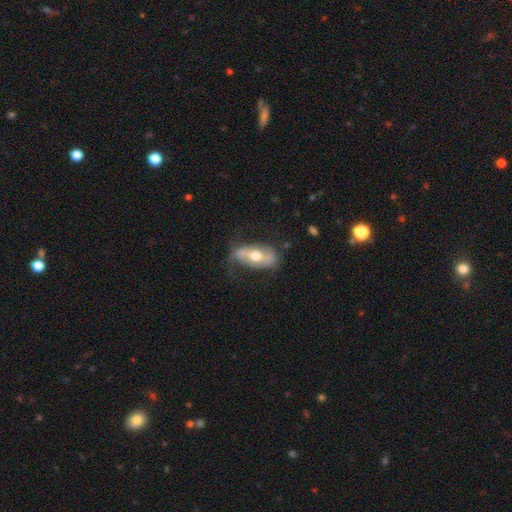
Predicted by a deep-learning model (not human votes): Smooth or featured?
  - featured or disk: 60% *
  - smooth: 34%
  - star or artifact: 6%
Edge-on disk?
  - no: 82% *
  - yes: 18%
Merging?
  - none: 59% *
  - minor disturbance: 26%
  - major disturbance: 13%
  - merger: 2%